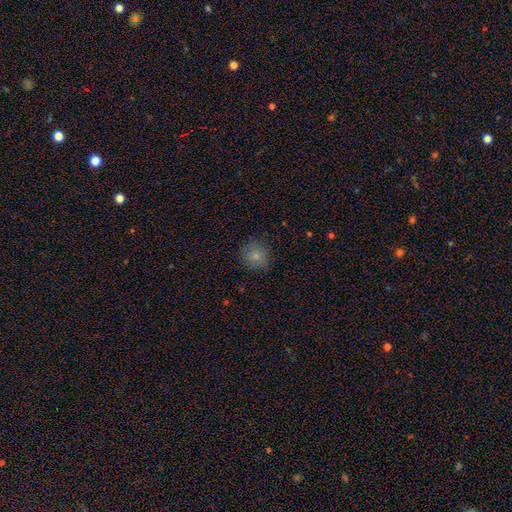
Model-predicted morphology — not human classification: This is clearly a smooth galaxy (81%). How rounded: clearly round (84%). Merging: clearly none (82%).